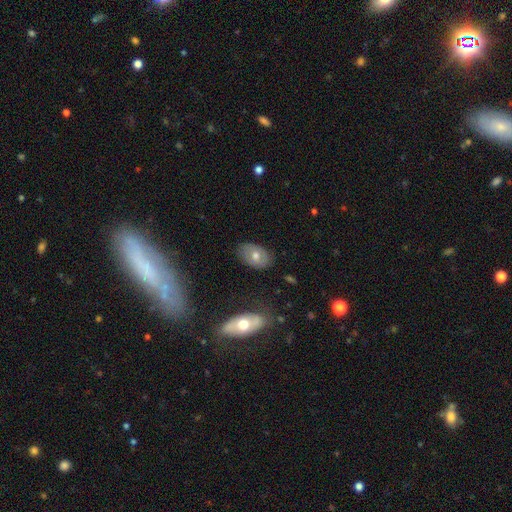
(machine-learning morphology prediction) type=smooth (59%); roundness=in between (88%); merging=none (80%).